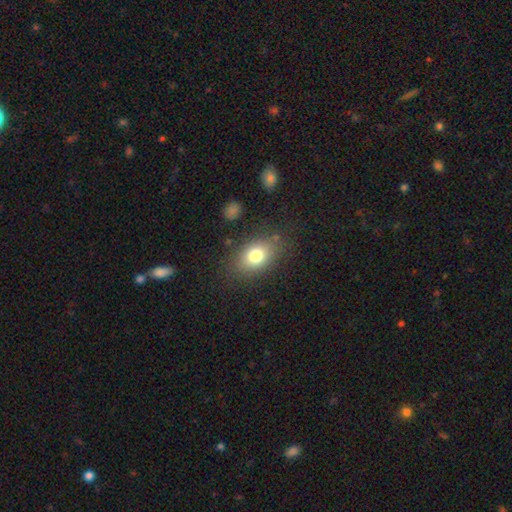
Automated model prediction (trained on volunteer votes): smooth 78%, featured or disk 12%, star or artifact 10%. Down the decision tree: how rounded — in between (76%); merging — none (79%).